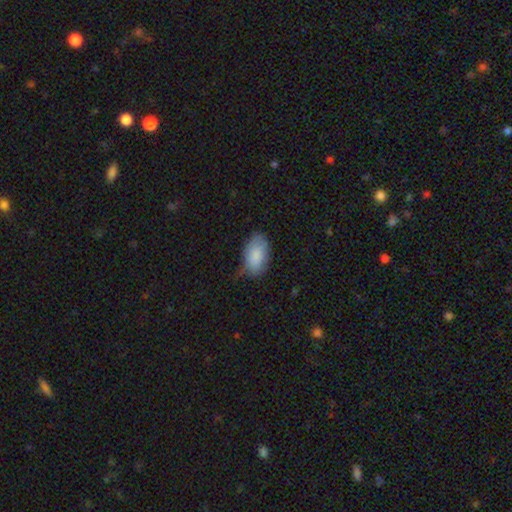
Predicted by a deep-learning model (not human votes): Morphology: type=smooth (85%); roundness=in between (94%); merging=none (52%).